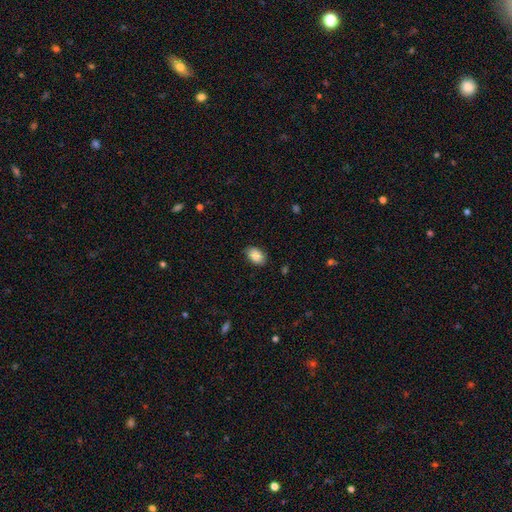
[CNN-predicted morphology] Q: Smooth or featured?
A: smooth (86%); runner-up: star or artifact (7%)
Q: How rounded?
A: in between (87%); runner-up: round (12%)
Q: Merging?
A: none (86%); runner-up: minor disturbance (11%)